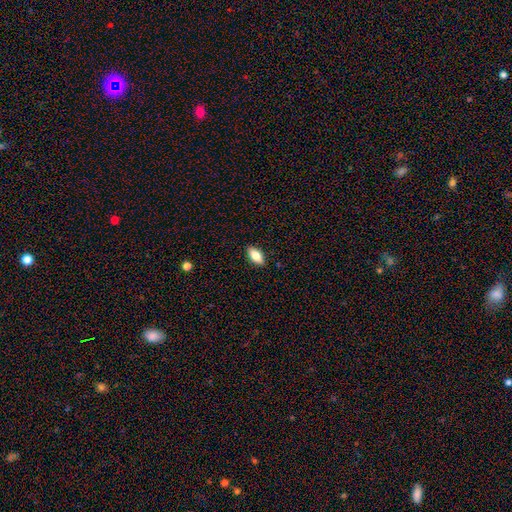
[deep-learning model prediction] smooth_or_featured: smooth (p=0.75) [alt: featured or disk p=0.18]
how_rounded: in between (p=0.85) [alt: cigar-shaped p=0.12]
merging: none (p=0.88) [alt: minor disturbance p=0.09]